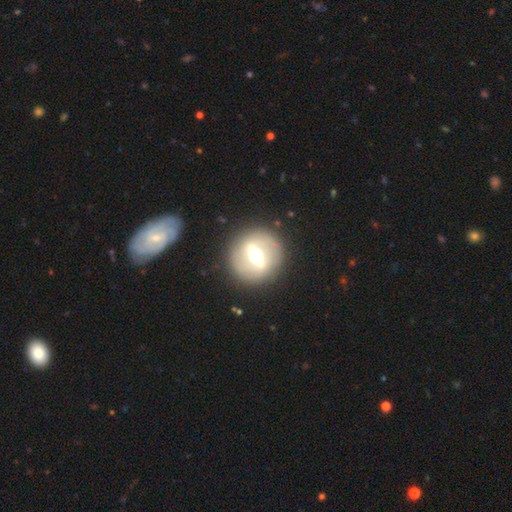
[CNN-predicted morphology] Smooth or featured?
  - featured or disk: 74% *
  - smooth: 19%
  - star or artifact: 8%
Edge-on disk?
  - no: 63% *
  - yes: 37%
Merging?
  - none: 85% *
  - minor disturbance: 9%
  - major disturbance: 4%
  - merger: 2%